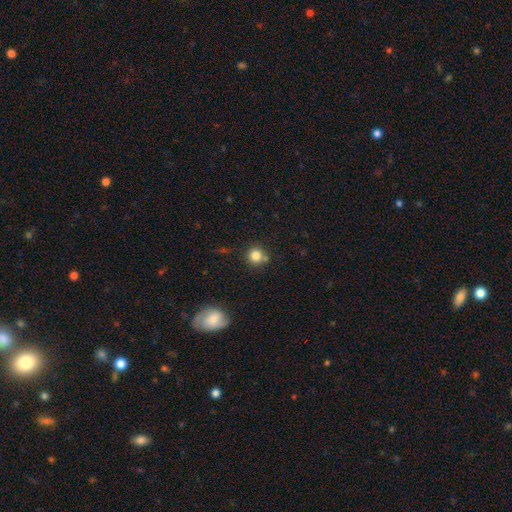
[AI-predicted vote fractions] A smooth galaxy with no disk features (82%) that is round (92%). Merging: none (74%).